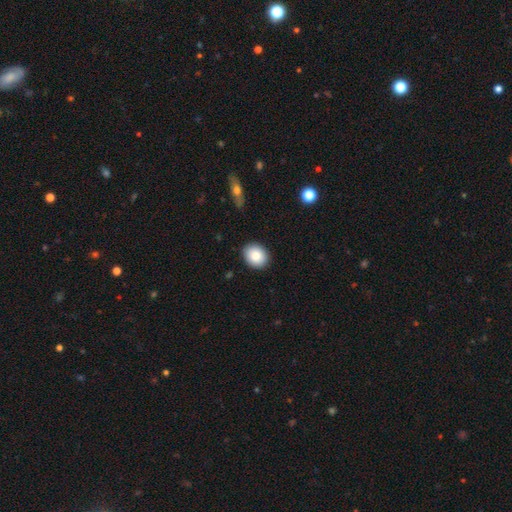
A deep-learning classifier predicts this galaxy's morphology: Q: Smooth or featured?
A: smooth (85%); runner-up: star or artifact (8%)
Q: How rounded?
A: round (62%); runner-up: in between (37%)
Q: Merging?
A: none (90%); runner-up: minor disturbance (8%)